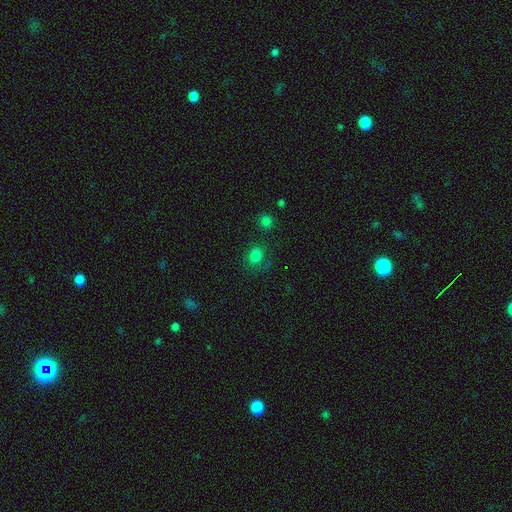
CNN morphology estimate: A smooth galaxy with no disk features (78%) that is round (69%). Merging: none (71%).